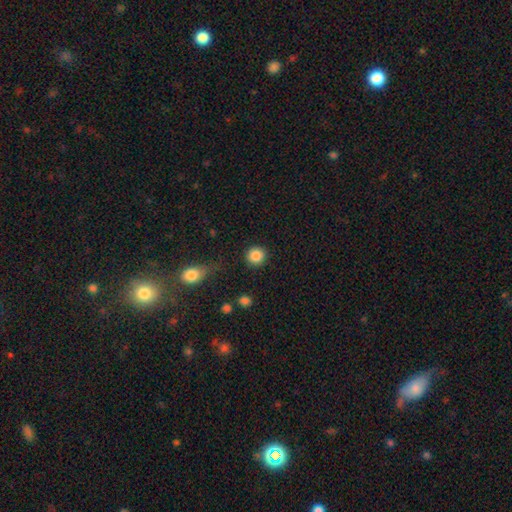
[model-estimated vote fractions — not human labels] Overall: smooth (88%). How rounded: round (92%). Merging: none (88%).